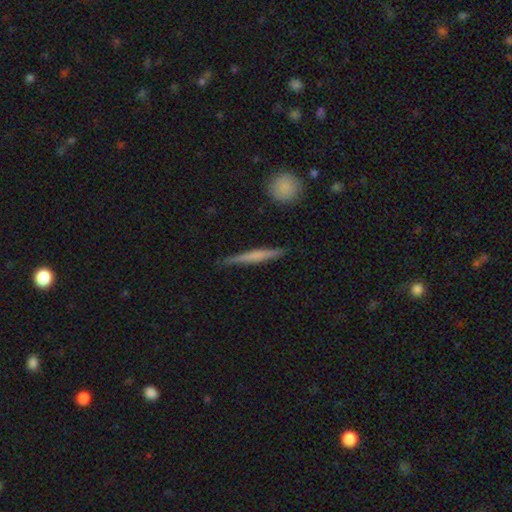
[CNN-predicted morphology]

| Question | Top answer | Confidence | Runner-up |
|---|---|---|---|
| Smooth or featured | smooth | 49% | featured or disk (45%) |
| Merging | none | 86% | minor disturbance (11%) |